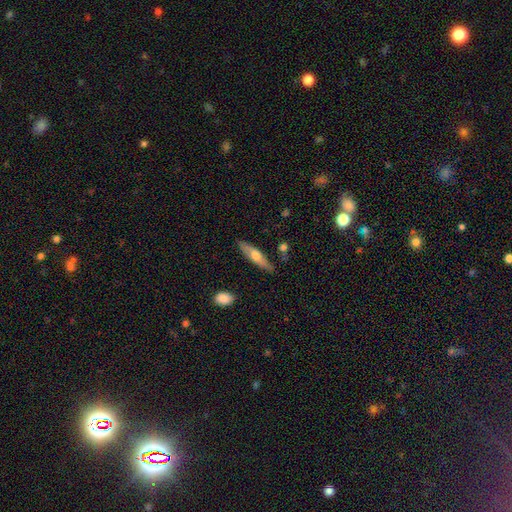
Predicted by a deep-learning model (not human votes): The model was most divided on "smooth or featured": smooth: 54%, featured or disk: 41%, star or artifact: 6%. More confident: merging — none (82%); how rounded — cigar-shaped (72%).